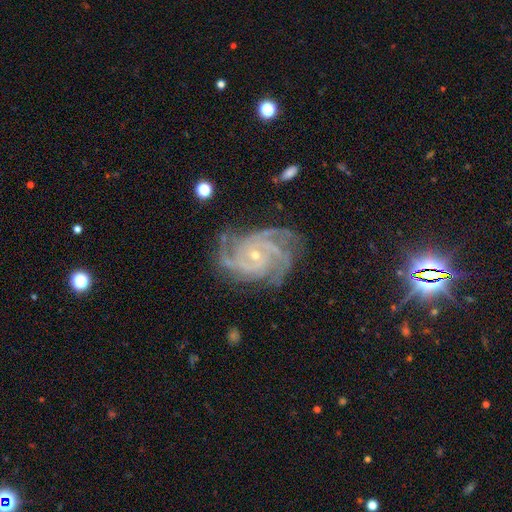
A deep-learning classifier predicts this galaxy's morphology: featured or disk 92%, star or artifact 5%, smooth 3%. Down the decision tree: edge-on disk — no (98%); bar — no (72%); spiral arms — yes (99%); spiral arm count — 3 (33%); spiral winding — tight (64%); bulge size — small (77%); merging — none (74%).